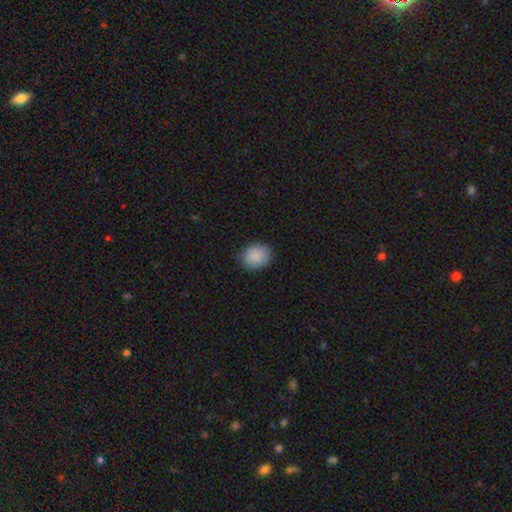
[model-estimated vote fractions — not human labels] Q: Smooth or featured?
A: smooth (89%); runner-up: star or artifact (7%)
Q: How rounded?
A: round (62%); runner-up: in between (38%)
Q: Merging?
A: none (83%); runner-up: minor disturbance (14%)